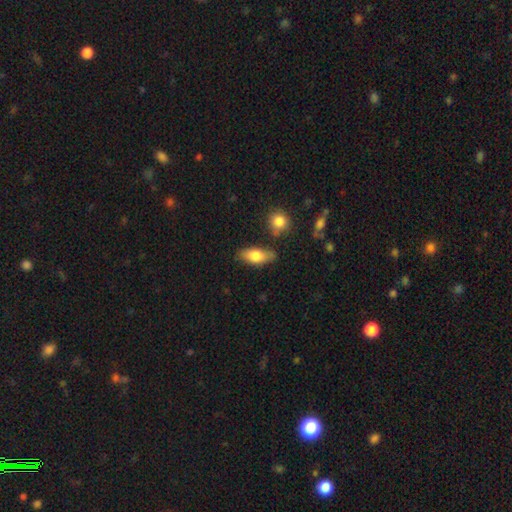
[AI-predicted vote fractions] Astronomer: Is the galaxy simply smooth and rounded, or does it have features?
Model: smooth — 74%.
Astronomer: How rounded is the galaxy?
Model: in between — 80%.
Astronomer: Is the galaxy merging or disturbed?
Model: none — 75%.